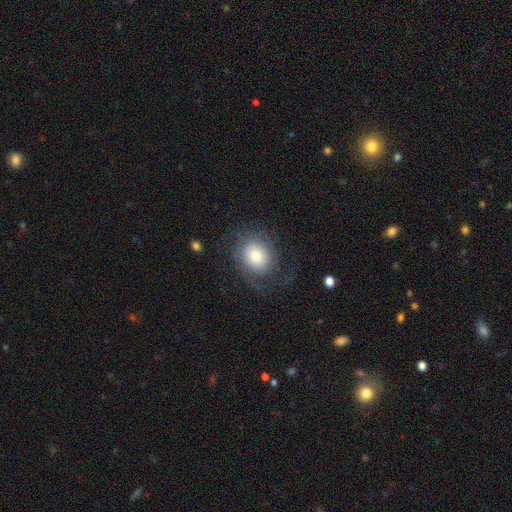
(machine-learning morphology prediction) A featured or disk galaxy (50%).

Vote fractions:
- Smooth or featured? featured or disk: 50% / smooth: 42% / star or artifact: 8%
- Merging? none: 62% / major disturbance: 18% / minor disturbance: 18% / merger: 1%